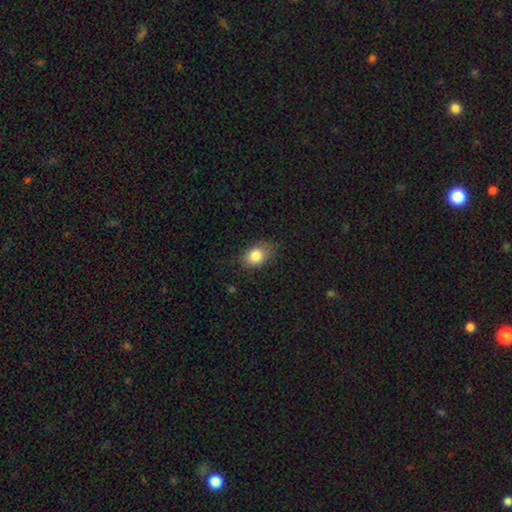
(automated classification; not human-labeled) The model was most divided on "merging": none: 70%, minor disturbance: 23%, major disturbance: 6%, merger: 1%. More confident: smooth or featured — smooth (83%); how rounded — in between (74%).